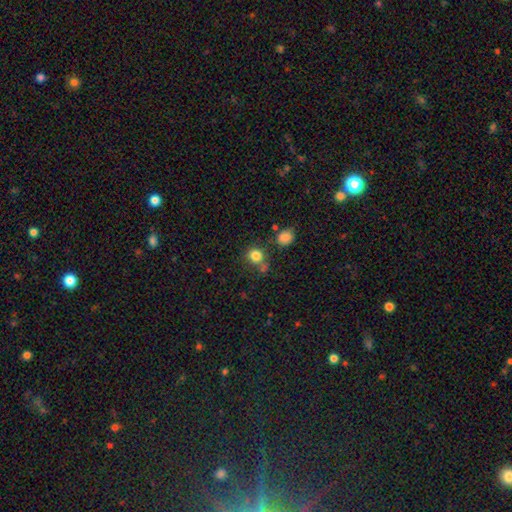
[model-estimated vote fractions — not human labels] A smooth galaxy with no disk features (82%) that is round (85%). Merging: none (68%).